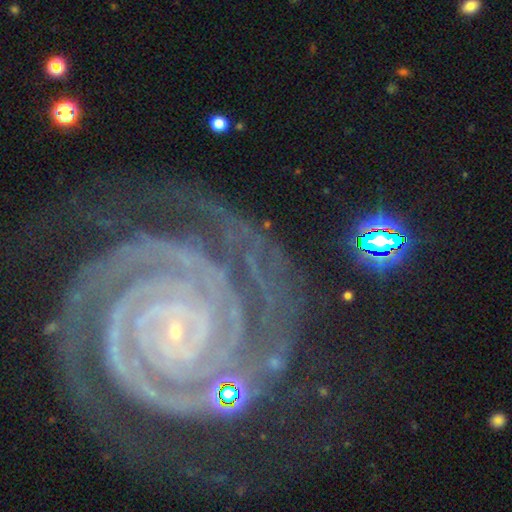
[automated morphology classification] Smooth or featured? featured or disk (88%)
Edge-on disk? no (98%)
Bar? no (60%)
Spiral arms? yes (98%)
Spiral winding? tight (87%)
Spiral arm count? 2 (35%)
Bulge size? small (87%)
Merging? none (70%)